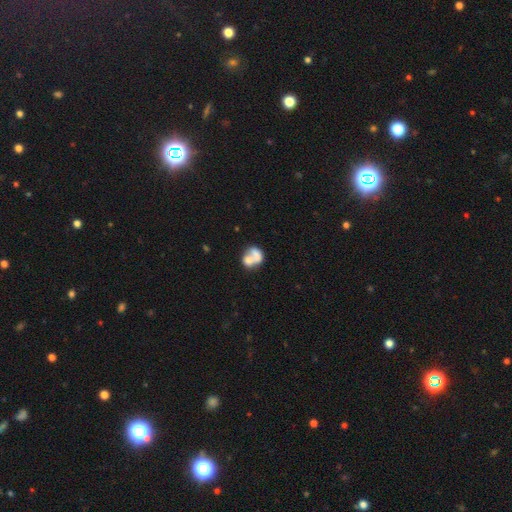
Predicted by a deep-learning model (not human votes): Smooth or featured: smooth — 60% (featured or disk — 31%)
How rounded: in between — 58% (round — 41%)
Merging: merger — 60% (none — 20%)